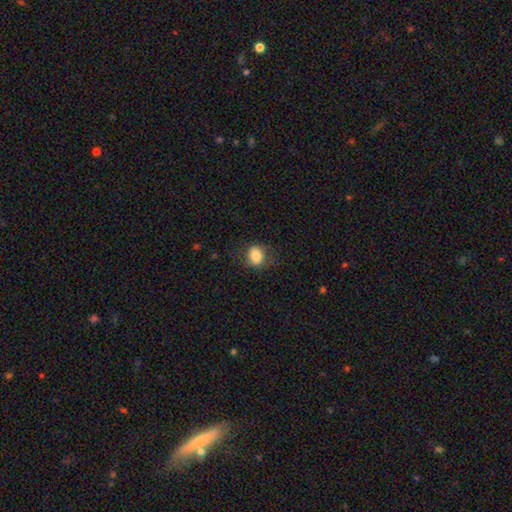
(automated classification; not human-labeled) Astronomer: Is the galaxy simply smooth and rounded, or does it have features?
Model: smooth — 81%.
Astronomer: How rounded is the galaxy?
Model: in between — 50% (runner-up: round, 49%).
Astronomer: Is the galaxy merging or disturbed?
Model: none — 74%.